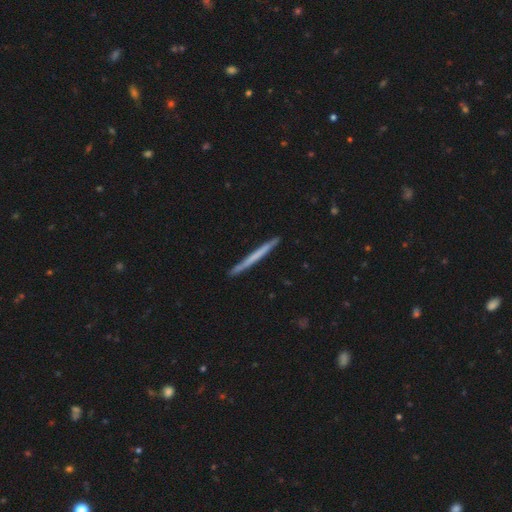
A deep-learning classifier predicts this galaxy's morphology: Smooth or featured? Predicted: smooth (p=0.51). How rounded? Predicted: cigar-shaped (p=0.97). Merging? Predicted: none (p=0.90).